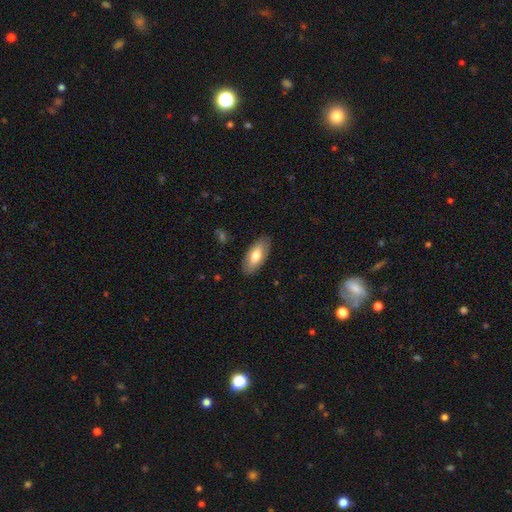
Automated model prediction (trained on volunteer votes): Smooth or featured? smooth (66%)
How rounded? in between (89%)
Merging? none (86%)